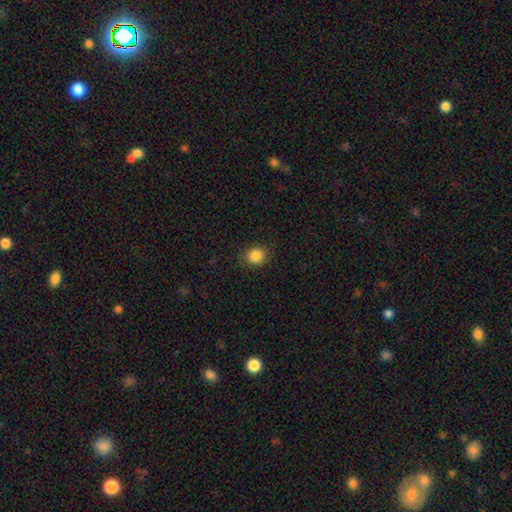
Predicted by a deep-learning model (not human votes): Smooth or featured? smooth (86%)
How rounded? round (68%)
Merging? none (85%)